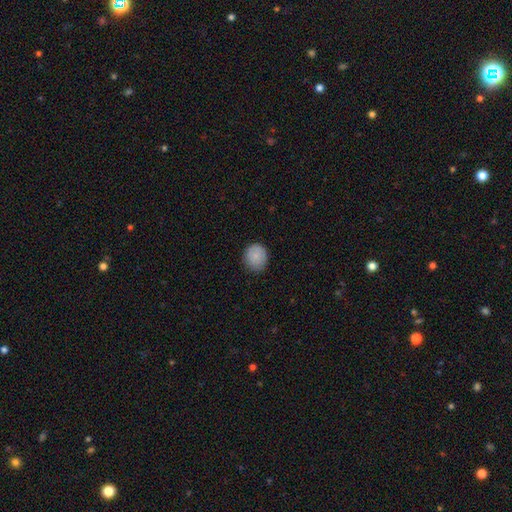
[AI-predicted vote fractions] The model was most divided on "how rounded": round: 77%, in between: 22%, cigar-shaped: 1%. More confident: smooth or featured — smooth (86%); merging — none (85%).